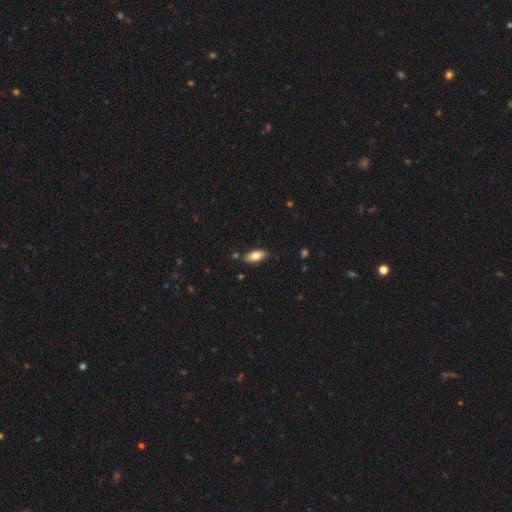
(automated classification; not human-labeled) smooth_or_featured: smooth (p=0.80) [alt: featured or disk p=0.13]
how_rounded: in between (p=0.87) [alt: cigar-shaped p=0.10]
merging: none (p=0.82) [alt: minor disturbance p=0.13]